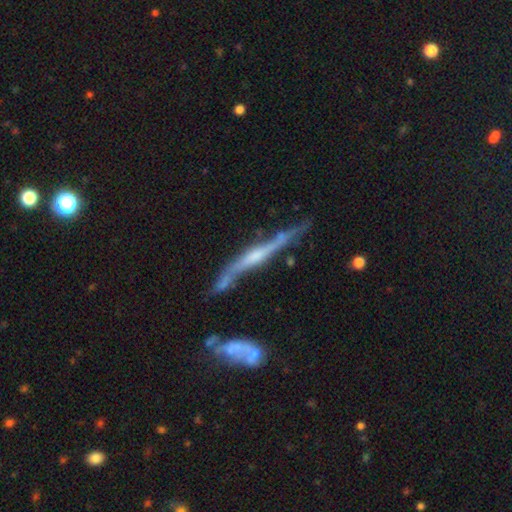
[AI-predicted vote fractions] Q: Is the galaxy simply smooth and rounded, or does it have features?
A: featured or disk — 80%.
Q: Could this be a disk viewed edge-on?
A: yes — 85%.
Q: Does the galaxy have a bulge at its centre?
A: rounded — 58%.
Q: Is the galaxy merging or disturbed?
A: none — 53%.